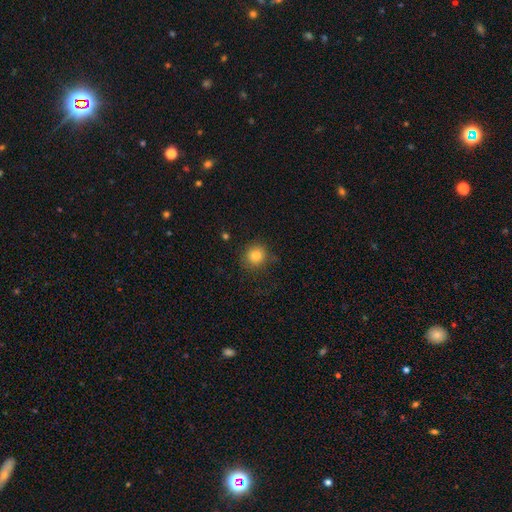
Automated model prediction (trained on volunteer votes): The model was most divided on "merging": none: 79%, minor disturbance: 14%, major disturbance: 4%, merger: 2%. More confident: how rounded — round (87%); smooth or featured — smooth (83%).